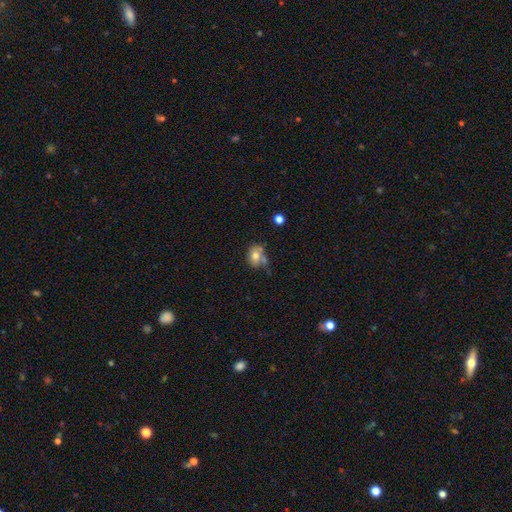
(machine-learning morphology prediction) Smooth or featured: smooth — 70% (featured or disk — 19%)
How rounded: round — 50% (in between — 49%)
Merging: none — 42% (minor disturbance — 24%)